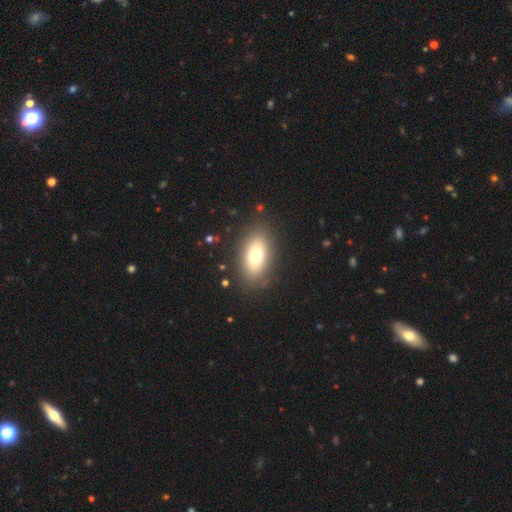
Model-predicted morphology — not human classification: smooth_or_featured: smooth (p=0.72) [alt: featured or disk p=0.19]
how_rounded: in between (p=0.88) [alt: round p=0.08]
merging: none (p=0.85) [alt: minor disturbance p=0.10]